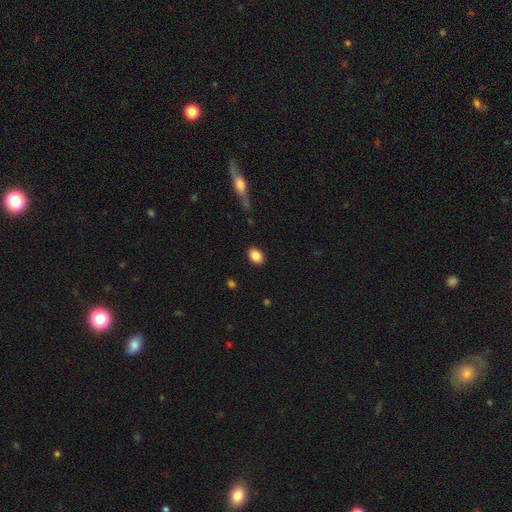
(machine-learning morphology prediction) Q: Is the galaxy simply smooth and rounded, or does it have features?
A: smooth — 87%.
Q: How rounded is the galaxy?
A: in between — 77%.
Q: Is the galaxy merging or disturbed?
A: none — 88%.